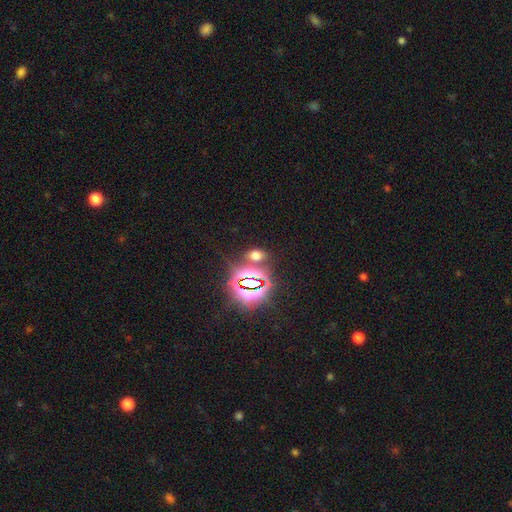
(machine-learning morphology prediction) The model was most divided on "smooth or featured": smooth: 48%, star or artifact: 44%, featured or disk: 8%. More confident: merging — none (74%).